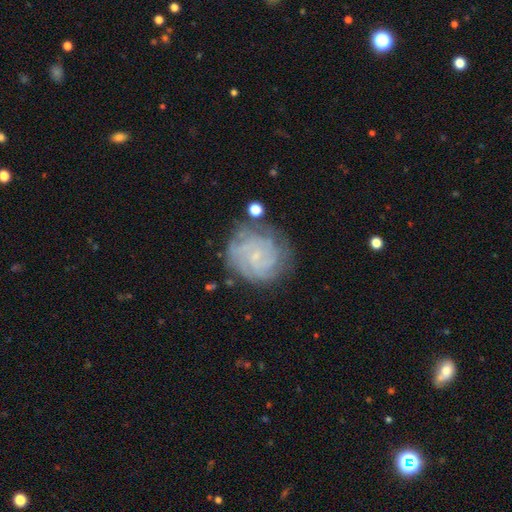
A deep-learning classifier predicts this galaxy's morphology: Smooth or featured?
  - featured or disk: 76% *
  - smooth: 15%
  - star or artifact: 9%
Edge-on disk?
  - no: 98% *
  - yes: 2%
Bar?
  - no: 69% *
  - weak: 26%
  - strong: 5%
Spiral arms?
  - yes: 93% *
  - no: 7%
Spiral winding?
  - tight: 73% *
  - medium: 22%
  - loose: 5%
Spiral arm count?
  - can't tell: 39% *
  - 3: 18%
  - 4: 17%
  - 2: 13%
  - more than 4: 7%
  - 1: 6%
Bulge size?
  - small: 77% *
  - none: 13%
  - moderate: 8%
  - large: 1%
  - dominant: 1%
Merging?
  - none: 71% *
  - minor disturbance: 18%
  - major disturbance: 8%
  - merger: 4%